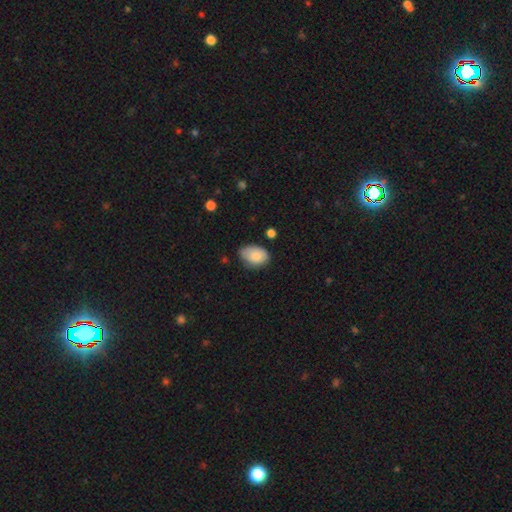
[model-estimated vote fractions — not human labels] Smooth or featured? Predicted: smooth (p=0.83). How rounded? Predicted: in between (p=0.85). Merging? Predicted: none (p=0.59).